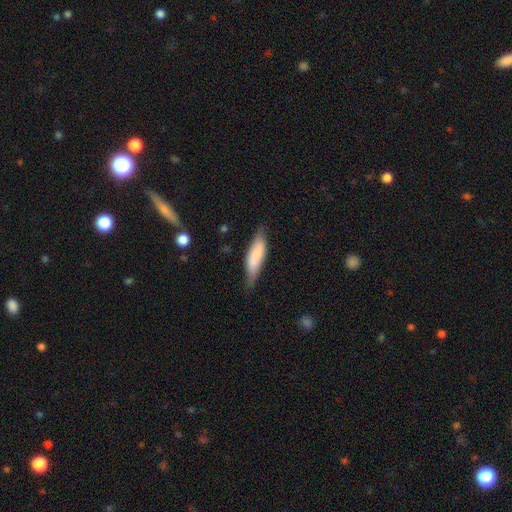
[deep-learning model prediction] Q: Smooth or featured?
A: smooth (71%); runner-up: featured or disk (22%)
Q: How rounded?
A: cigar-shaped (54%); runner-up: in between (45%)
Q: Merging?
A: none (67%); runner-up: minor disturbance (26%)